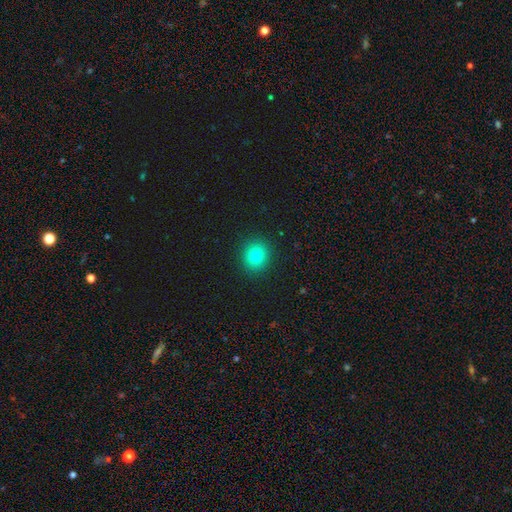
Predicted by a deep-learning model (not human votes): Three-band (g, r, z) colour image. It shows a smooth galaxy with no disk features (80%) that is round (82%). Merging: none (91%).